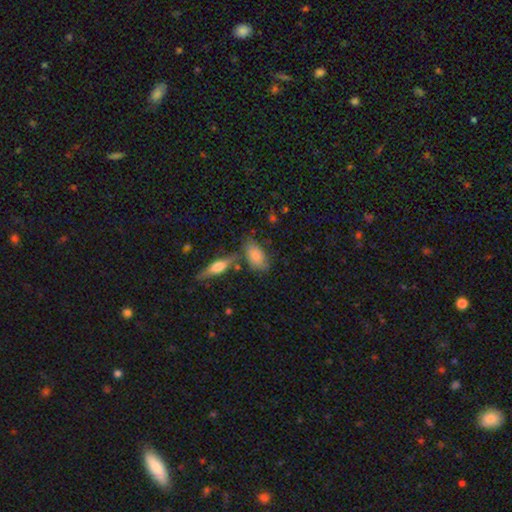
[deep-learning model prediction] smooth_or_featured: smooth (p=0.76) [alt: featured or disk p=0.17]
how_rounded: in between (p=0.88) [alt: round p=0.06]
merging: none (p=0.61) [alt: minor disturbance p=0.19]